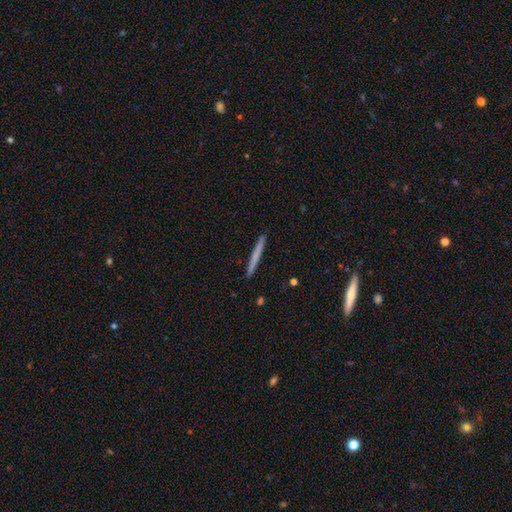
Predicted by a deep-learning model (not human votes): Smooth or featured? Predicted: smooth (p=0.61). How rounded? Predicted: cigar-shaped (p=0.97). Merging? Predicted: none (p=0.92).